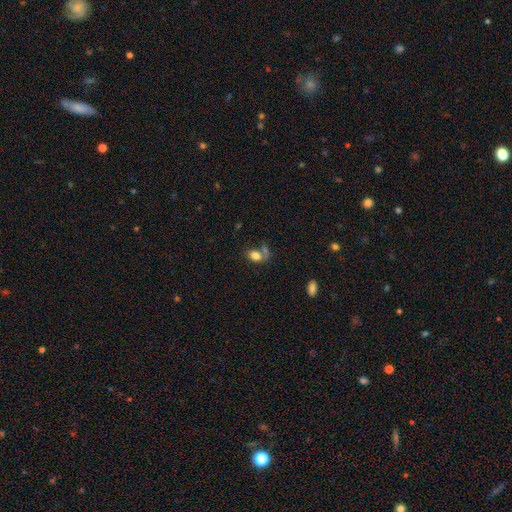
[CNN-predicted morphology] type=smooth (79%); roundness=in between (81%); merging=none (40%).